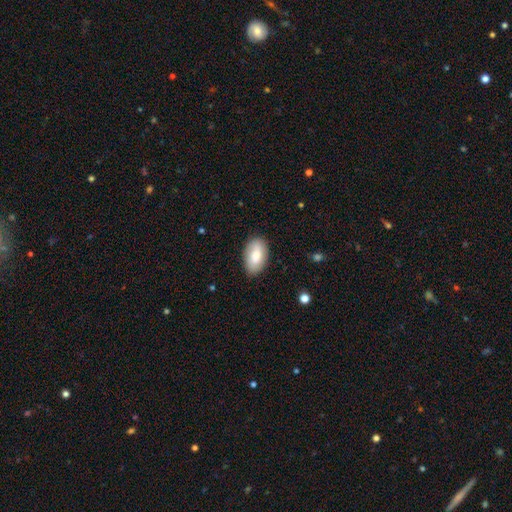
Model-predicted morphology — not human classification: Smooth or featured?
  - smooth: 80% *
  - featured or disk: 14%
  - star or artifact: 6%
How rounded?
  - in between: 95% *
  - round: 4%
  - cigar-shaped: 2%
Merging?
  - none: 85% *
  - minor disturbance: 11%
  - major disturbance: 2%
  - merger: 1%